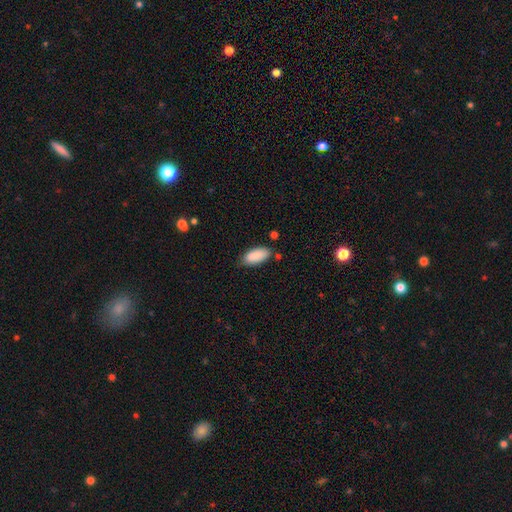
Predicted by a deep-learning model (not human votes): Smooth or featured?
  - smooth: 89% *
  - star or artifact: 6%
  - featured or disk: 4%
How rounded?
  - in between: 89% *
  - cigar-shaped: 9%
  - round: 2%
Merging?
  - none: 76% *
  - minor disturbance: 18%
  - major disturbance: 3%
  - merger: 3%